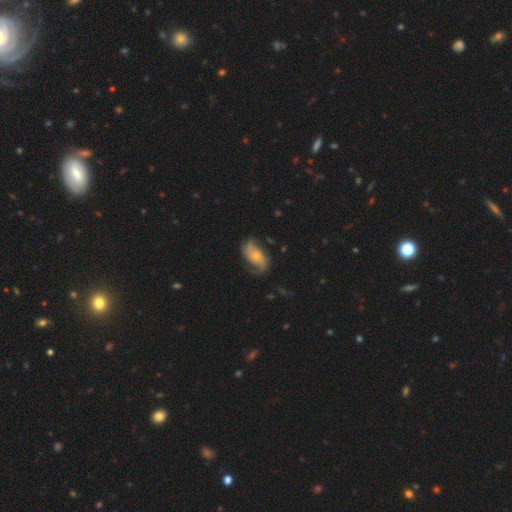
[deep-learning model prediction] Smooth or featured? featured or disk (76%)
Edge-on disk? no (96%)
Bar? no (68%)
Spiral arms? yes (93%)
Spiral winding? loose (40%)
Spiral arm count? 2 (80%)
Bulge size? small (55%)
Merging? none (64%)